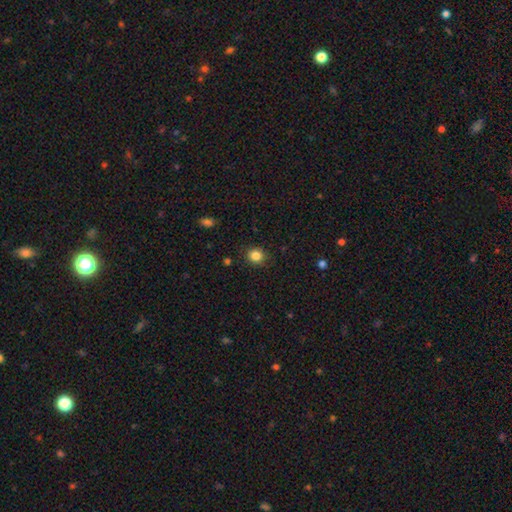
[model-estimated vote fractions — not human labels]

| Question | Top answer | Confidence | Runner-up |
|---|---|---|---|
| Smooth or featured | smooth | 85% | star or artifact (11%) |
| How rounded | round | 82% | in between (17%) |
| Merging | none | 88% | minor disturbance (8%) |